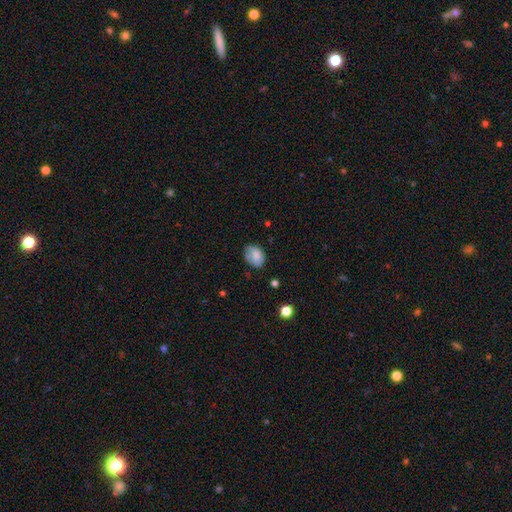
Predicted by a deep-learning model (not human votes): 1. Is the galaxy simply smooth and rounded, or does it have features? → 72% smooth, 19% featured or disk, 9% star or artifact.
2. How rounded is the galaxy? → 71% in between, 28% round, 1% cigar-shaped.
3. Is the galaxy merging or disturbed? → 57% none, 31% minor disturbance, 10% major disturbance, 2% merger.